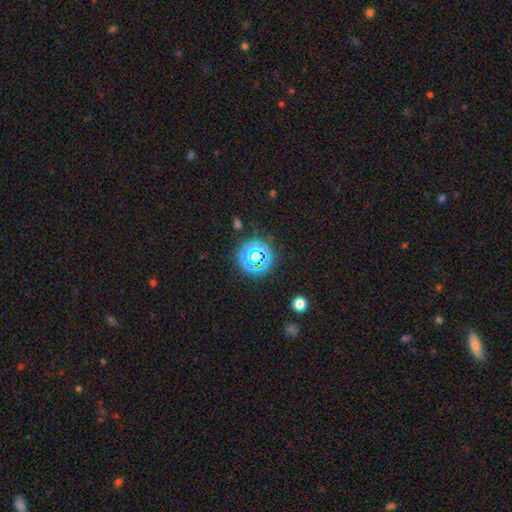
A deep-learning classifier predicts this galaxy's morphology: This is likely a star or artifact rather than a galaxy (69%).